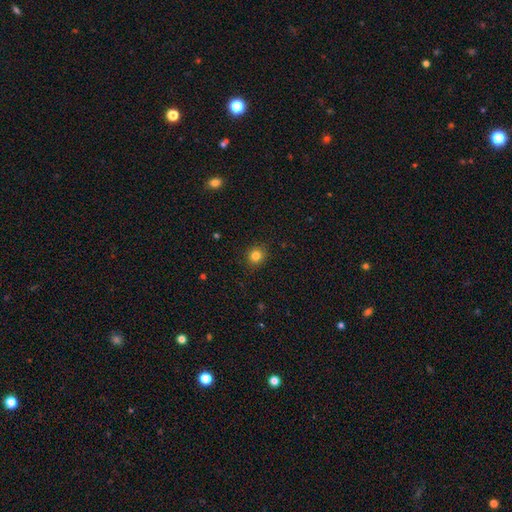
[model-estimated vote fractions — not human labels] Smooth or featured? Predicted: smooth (p=0.83). How rounded? Predicted: round (p=0.87). Merging? Predicted: none (p=0.90).